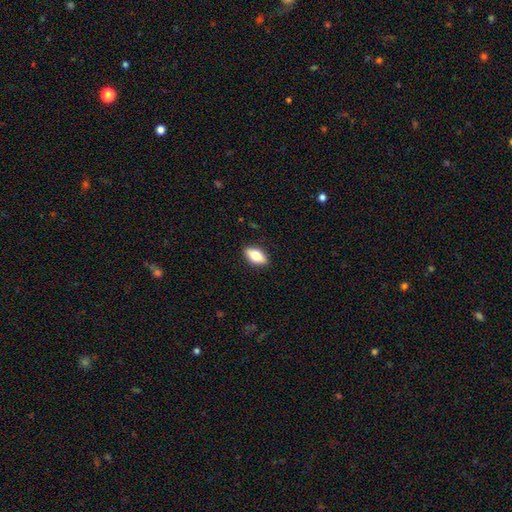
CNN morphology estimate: smooth-or-featured: smooth: 69% | featured or disk: 24% | star or artifact: 7%
  how-rounded: in between: 85% | cigar-shaped: 11% | round: 4%
  merging: none: 88% | minor disturbance: 9% | major disturbance: 2% | merger: 1%